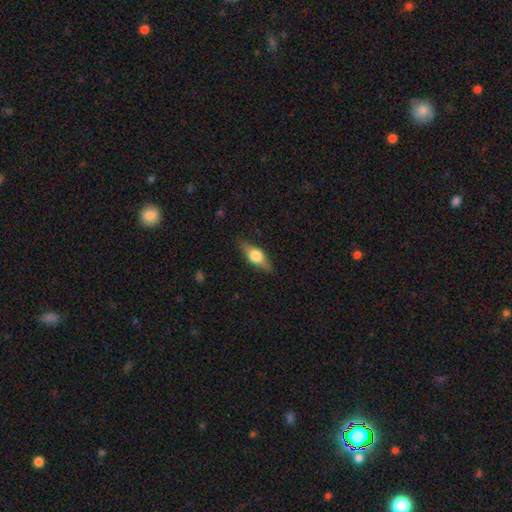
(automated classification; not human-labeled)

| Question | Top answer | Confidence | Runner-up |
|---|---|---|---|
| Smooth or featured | featured or disk | 51% | smooth (42%) |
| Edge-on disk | yes | 92% | no (8%) |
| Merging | none | 84% | minor disturbance (12%) |